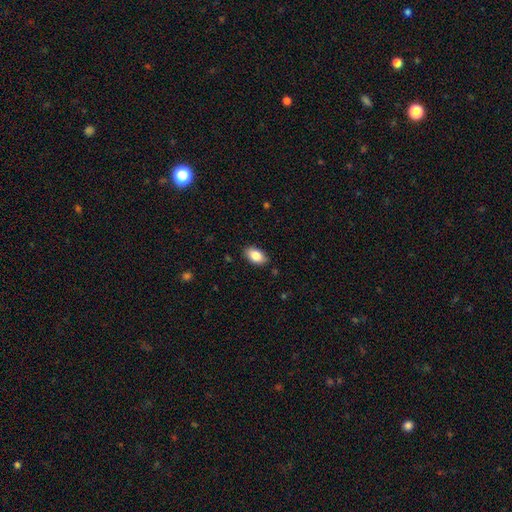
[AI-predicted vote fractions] Smooth or featured? Predicted: smooth (p=0.85). How rounded? Predicted: in between (p=0.92). Merging? Predicted: none (p=0.86).